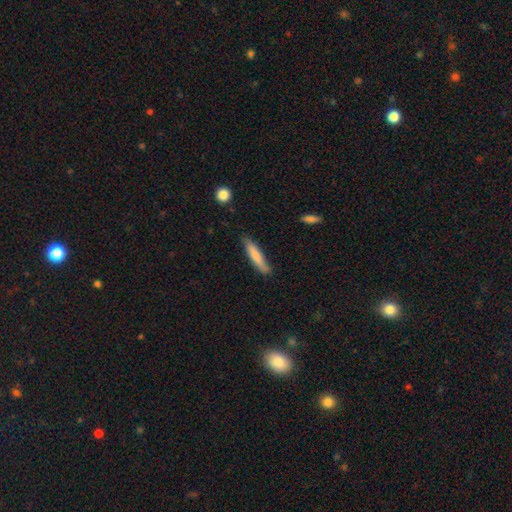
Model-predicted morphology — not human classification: The model was most divided on "smooth or featured": smooth: 77%, featured or disk: 18%, star or artifact: 5%. More confident: how rounded — cigar-shaped (89%); merging — none (81%).